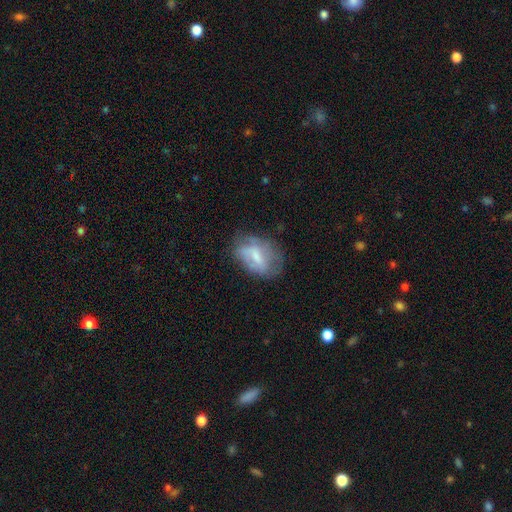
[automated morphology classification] This appears to be a smooth galaxy with no disk features (49%). Merging: none (50%).